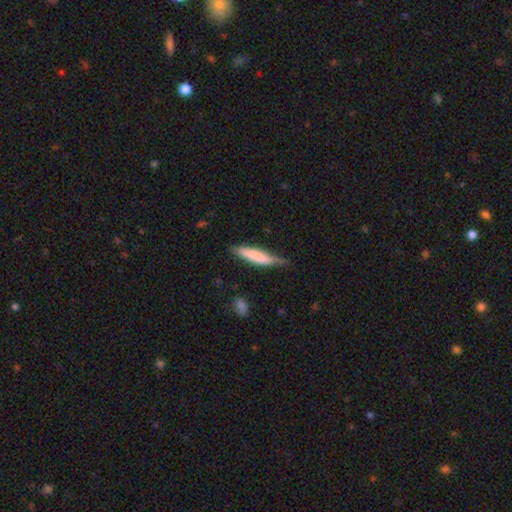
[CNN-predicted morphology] Smooth or featured: smooth — 72% (featured or disk — 22%)
How rounded: cigar-shaped — 81% (in between — 18%)
Merging: none — 55% (minor disturbance — 35%)